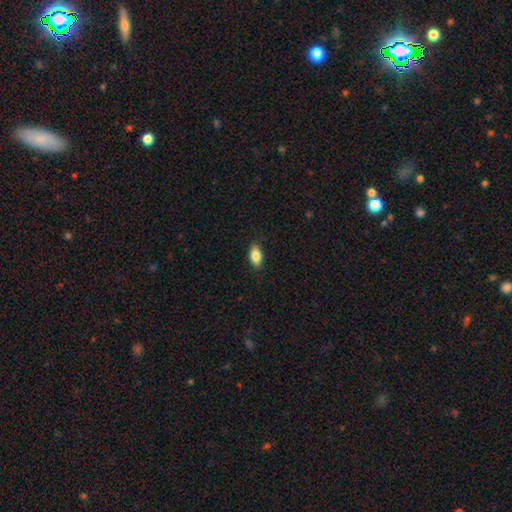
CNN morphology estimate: Overall: smooth (83%). How rounded: in between (90%). Merging: none (87%).